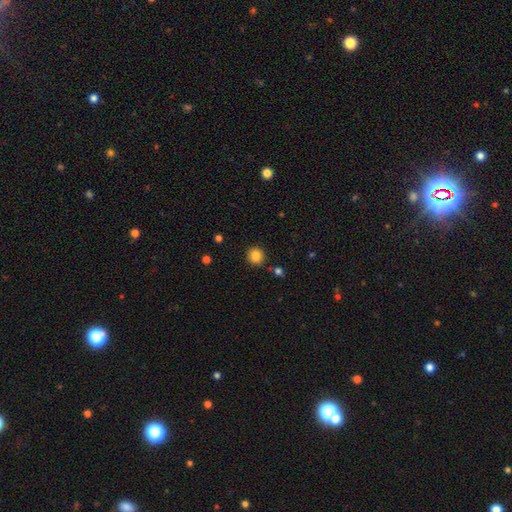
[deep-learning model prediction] smooth 85%, star or artifact 10%, featured or disk 5%. Down the decision tree: how rounded — round (90%); merging — none (89%).